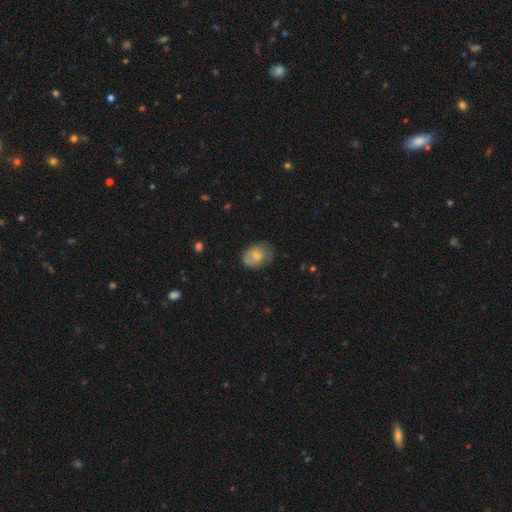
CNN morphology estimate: Smooth or featured: smooth — 66% (featured or disk — 26%)
How rounded: in between — 66% (round — 33%)
Merging: none — 59% (minor disturbance — 29%)